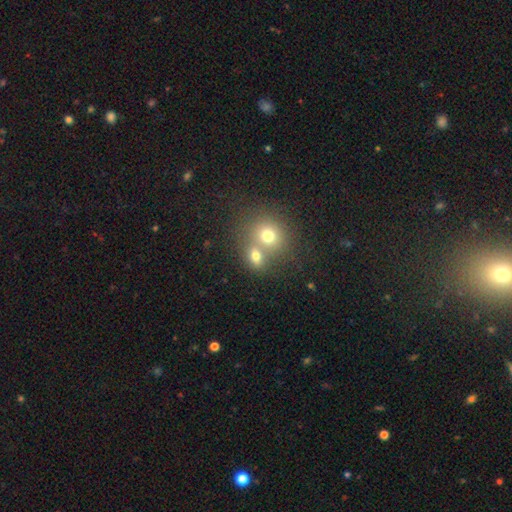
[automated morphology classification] Smooth or featured? Predicted: smooth (p=0.72). How rounded? Predicted: round (p=0.58). Merging? Predicted: merger (p=0.52).